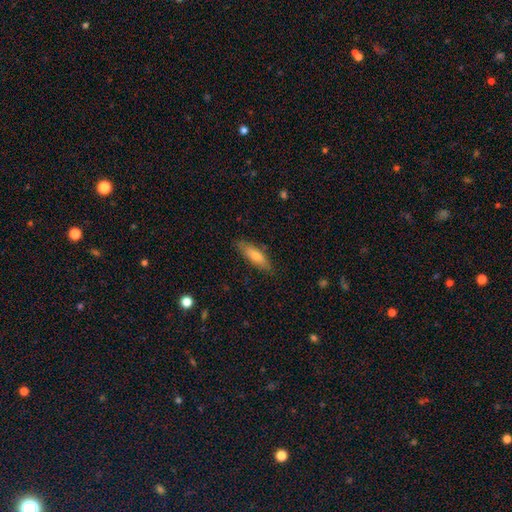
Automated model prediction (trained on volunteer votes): Smooth or featured? Predicted: smooth (p=0.68). How rounded? Predicted: cigar-shaped (p=0.62). Merging? Predicted: none (p=0.83).